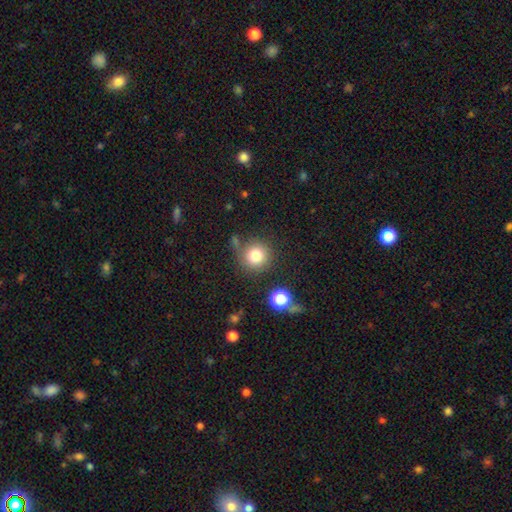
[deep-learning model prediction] Smooth or featured: smooth — 80% (star or artifact — 12%)
How rounded: round — 93% (in between — 6%)
Merging: none — 76% (minor disturbance — 12%)